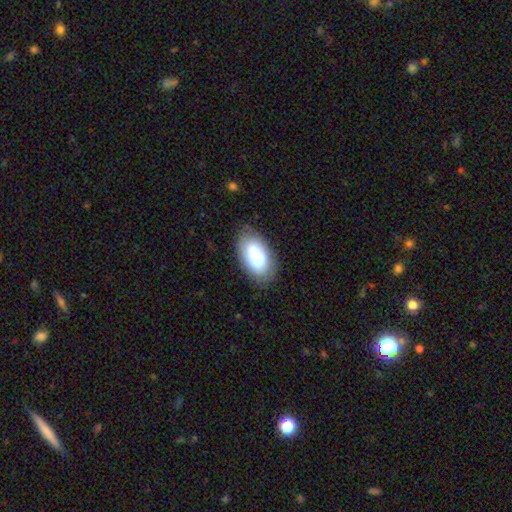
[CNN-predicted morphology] This is clearly a smooth galaxy (81%). How rounded: clearly in between (95%). Merging: likely none (78%).